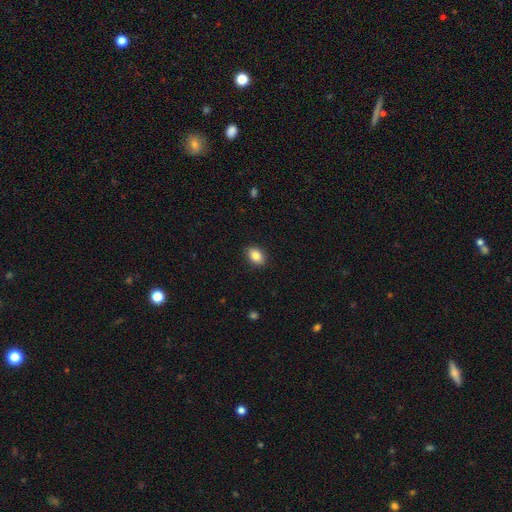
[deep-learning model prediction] smooth 85%, star or artifact 8%, featured or disk 7%. Down the decision tree: how rounded — in between (81%); merging — none (89%).